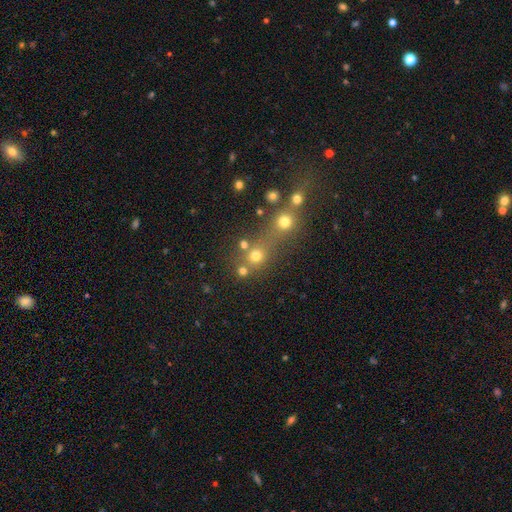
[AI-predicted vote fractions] smooth 69%, star or artifact 21%, featured or disk 11%. Down the decision tree: how rounded — round (86%); merging — none (52%).